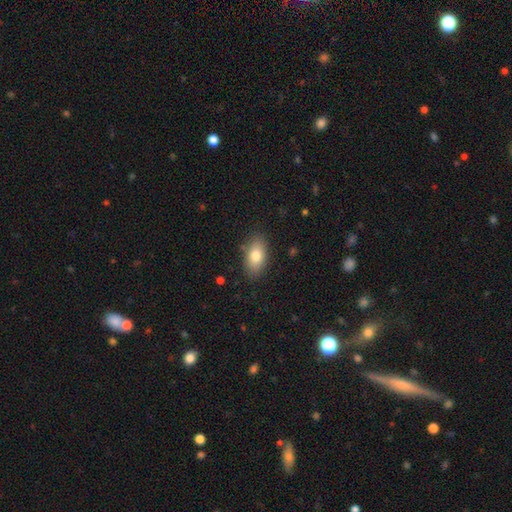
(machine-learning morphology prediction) This is likely a smooth galaxy (80%). How rounded: clearly in between (90%). Merging: clearly none (84%).